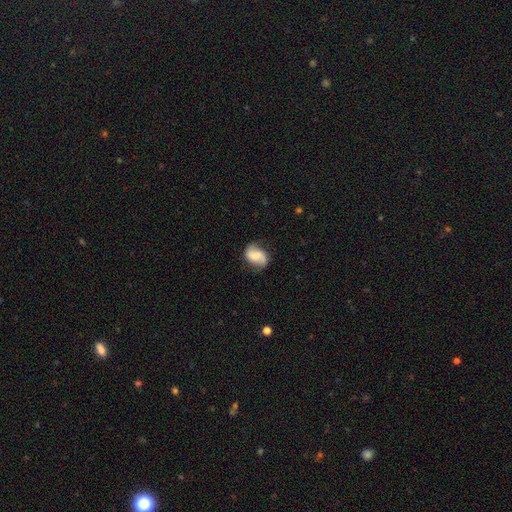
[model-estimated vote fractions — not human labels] Morphology: type=featured or disk (56%); edge-on=no (97%); bar=no (45%); spiral arms=yes (91%); bulge=none (36%); merging=none (71%).